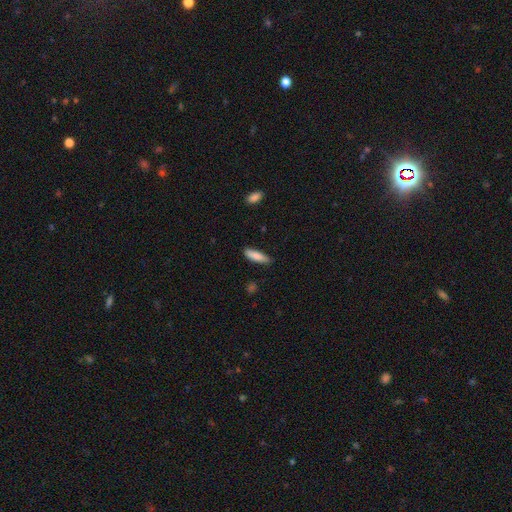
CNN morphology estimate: Smooth or featured? smooth (86%)
How rounded? cigar-shaped (59%)
Merging? none (83%)